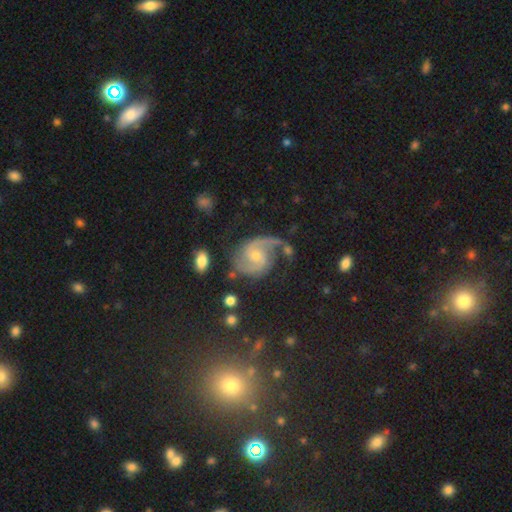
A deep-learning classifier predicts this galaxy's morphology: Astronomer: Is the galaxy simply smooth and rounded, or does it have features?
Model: featured or disk — 87%.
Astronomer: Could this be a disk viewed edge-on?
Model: no — 98%.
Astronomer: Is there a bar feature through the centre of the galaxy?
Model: no — 55% (runner-up: weak, 37%).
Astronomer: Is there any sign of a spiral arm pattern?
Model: yes — 97%.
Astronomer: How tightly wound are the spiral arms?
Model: medium — 54%.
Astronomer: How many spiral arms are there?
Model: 2 — 86%.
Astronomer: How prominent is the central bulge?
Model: small — 53% (runner-up: moderate, 42%).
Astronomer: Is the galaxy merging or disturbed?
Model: none — 65%.